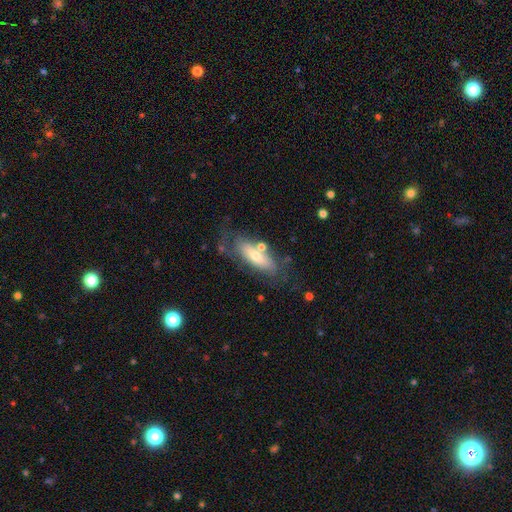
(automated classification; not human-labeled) featured or disk 48%, smooth 44%, star or artifact 8%. Down the decision tree: merging — none (60%).